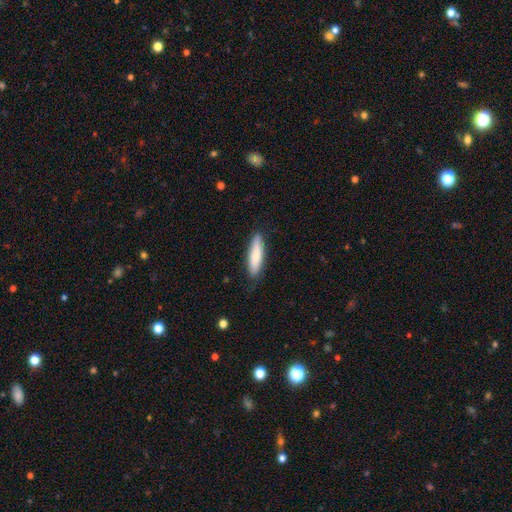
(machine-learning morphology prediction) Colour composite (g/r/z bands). It shows a smooth galaxy with no disk features (80%) that is cigar-shaped (72%). Merging: none (83%).